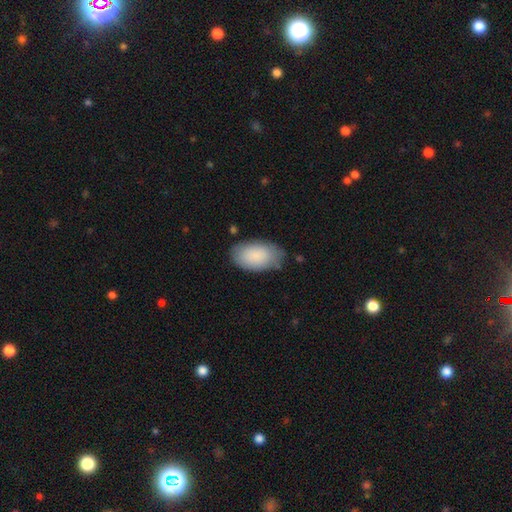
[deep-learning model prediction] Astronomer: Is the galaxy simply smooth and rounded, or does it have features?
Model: smooth — 87%.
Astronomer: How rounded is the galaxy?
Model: in between — 95%.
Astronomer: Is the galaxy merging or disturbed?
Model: none — 74%.